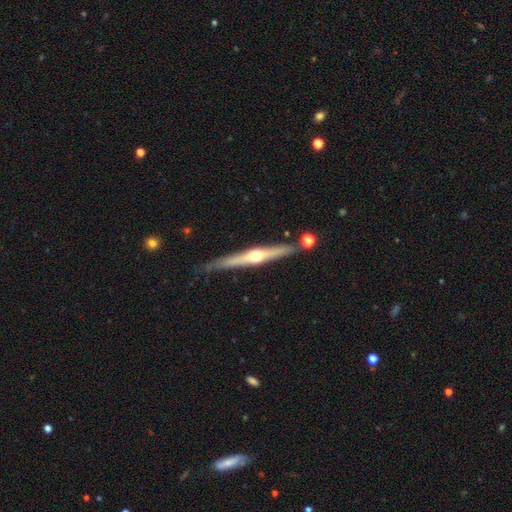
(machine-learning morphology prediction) smooth-or-featured: featured or disk: 73% | smooth: 22% | star or artifact: 5%
  disk-edge-on: yes: 97% | no: 3%
    edge-on-bulge: rounded: 90% | none: 6% | boxy: 4%
  merging: none: 82% | minor disturbance: 12% | merger: 4% | major disturbance: 2%